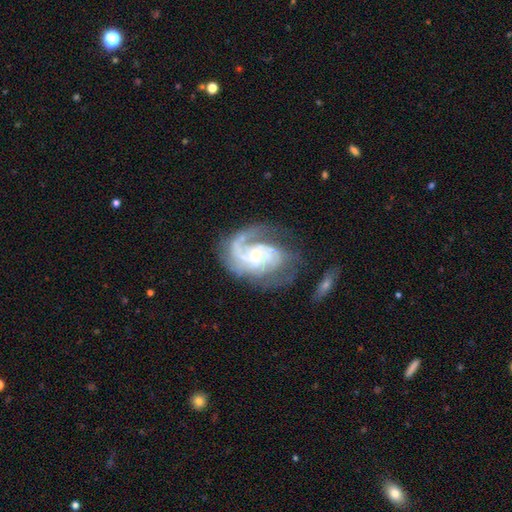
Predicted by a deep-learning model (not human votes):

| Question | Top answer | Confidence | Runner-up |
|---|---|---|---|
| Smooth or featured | featured or disk | 89% | smooth (6%) |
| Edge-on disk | no | 98% | yes (2%) |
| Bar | no | 63% | weak (30%) |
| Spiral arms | yes | 96% | no (4%) |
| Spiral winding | medium | 44% | tight (38%) |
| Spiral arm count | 2 | 37% | 1 (20%) |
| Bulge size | small | 68% | moderate (25%) |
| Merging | none | 51% | major disturbance (24%) |